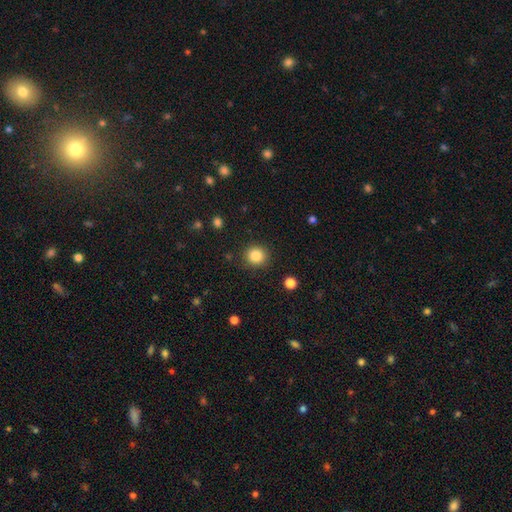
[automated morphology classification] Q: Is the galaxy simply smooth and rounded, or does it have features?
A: smooth — 85%.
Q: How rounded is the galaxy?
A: round — 91%.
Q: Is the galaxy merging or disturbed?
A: none — 89%.